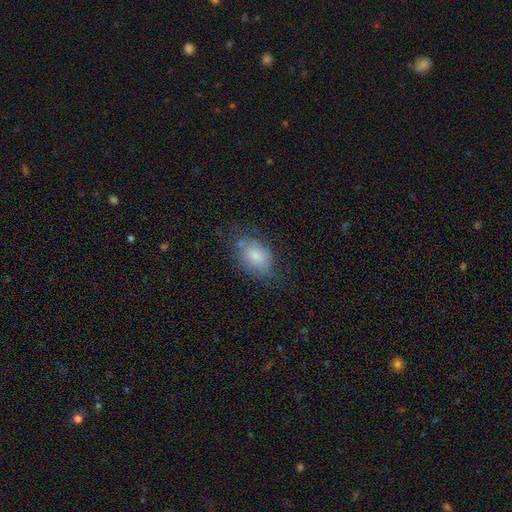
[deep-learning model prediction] Smooth or featured?
  - smooth: 71% *
  - featured or disk: 20%
  - star or artifact: 8%
How rounded?
  - in between: 82% *
  - round: 16%
  - cigar-shaped: 1%
Merging?
  - none: 56% *
  - minor disturbance: 29%
  - major disturbance: 12%
  - merger: 2%